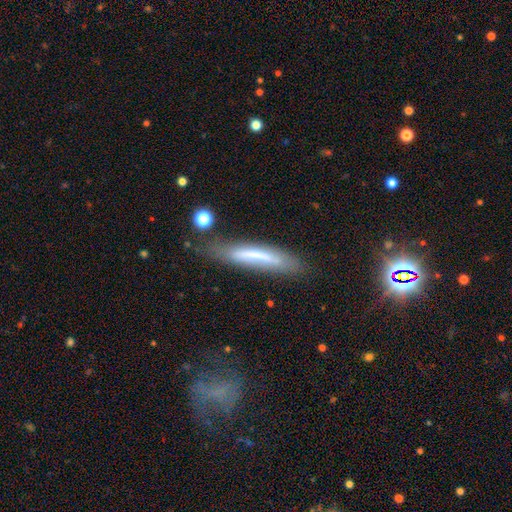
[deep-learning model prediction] A smooth galaxy with no disk features (52%) that is cigar-shaped (88%). Merging: none (60%).